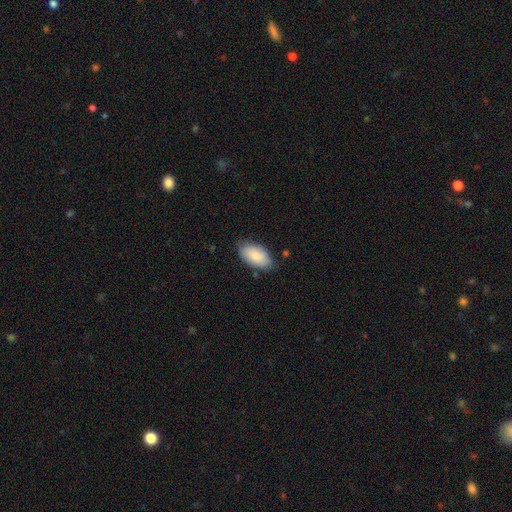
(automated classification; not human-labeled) Smooth or featured?
  - smooth: 87% *
  - featured or disk: 8%
  - star or artifact: 6%
How rounded?
  - in between: 95% *
  - cigar-shaped: 3%
  - round: 2%
Merging?
  - none: 76% *
  - minor disturbance: 19%
  - major disturbance: 3%
  - merger: 2%